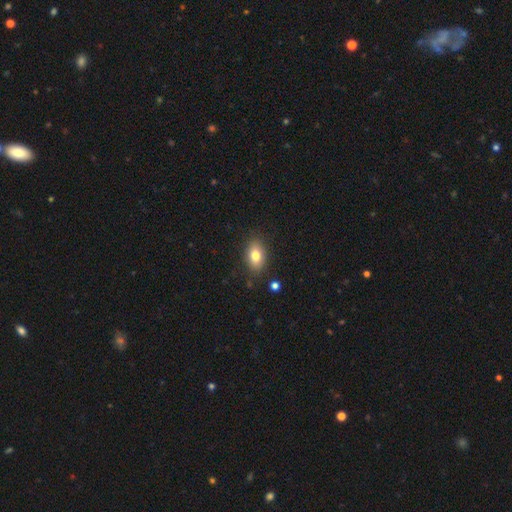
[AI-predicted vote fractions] Q: Smooth or featured?
A: smooth (79%); runner-up: featured or disk (12%)
Q: How rounded?
A: in between (85%); runner-up: round (12%)
Q: Merging?
A: none (85%); runner-up: minor disturbance (10%)